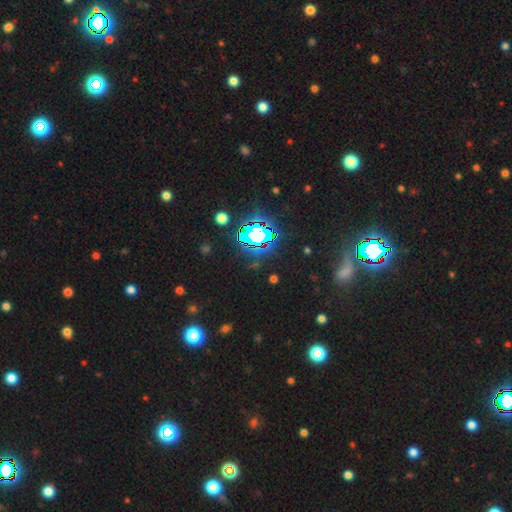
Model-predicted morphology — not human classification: Smooth or featured?
  - star or artifact: 80% *
  - smooth: 12%
  - featured or disk: 8%